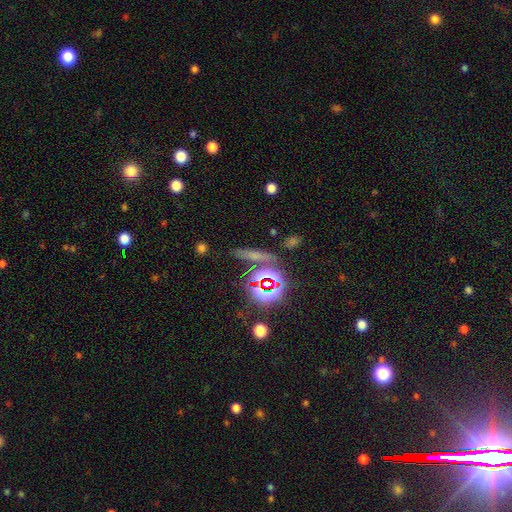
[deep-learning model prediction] A star or artifact, not a galaxy (41%).

Vote fractions:
- Smooth or featured? star or artifact: 41% / smooth: 39% / featured or disk: 20%